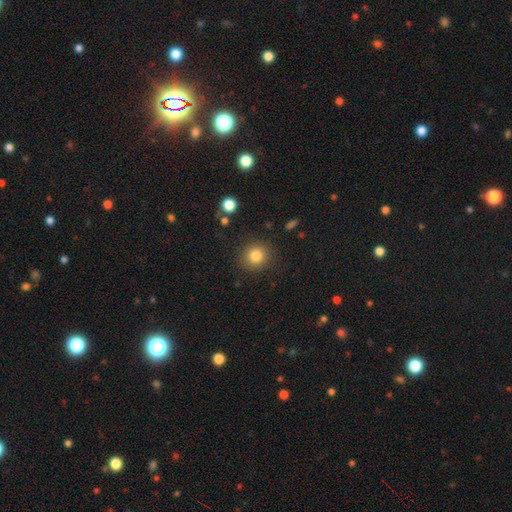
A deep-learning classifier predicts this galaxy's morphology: Q: Smooth or featured?
A: smooth (82%); runner-up: star or artifact (11%)
Q: How rounded?
A: round (88%); runner-up: in between (11%)
Q: Merging?
A: none (87%); runner-up: minor disturbance (8%)